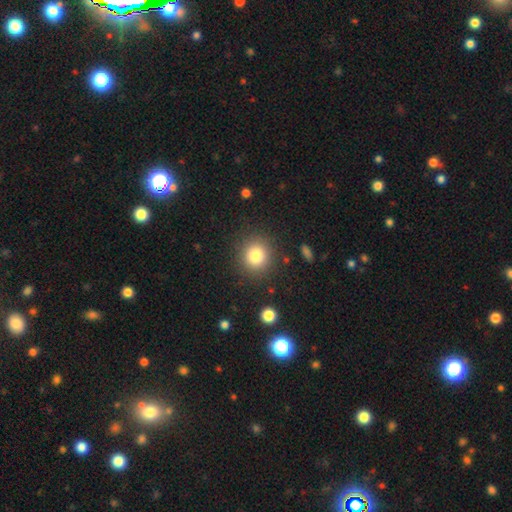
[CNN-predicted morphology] This appears to be a smooth galaxy with no disk features (80%) that is round (89%). Merging: none (88%).